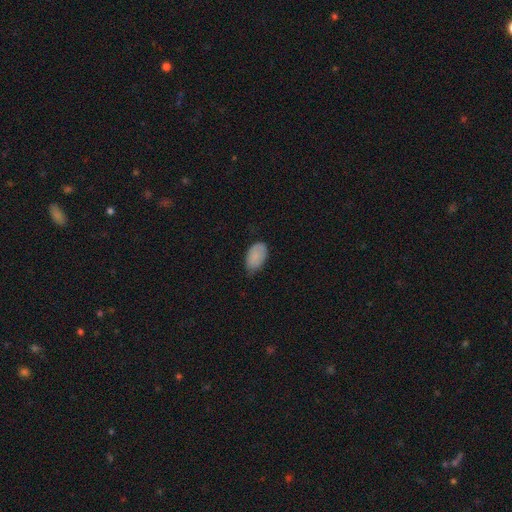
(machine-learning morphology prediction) smooth-or-featured: smooth: 85% | featured or disk: 8% | star or artifact: 7%
  how-rounded: in between: 94% | round: 5% | cigar-shaped: 1%
  merging: none: 58% | minor disturbance: 36% | major disturbance: 6% | merger: 1%